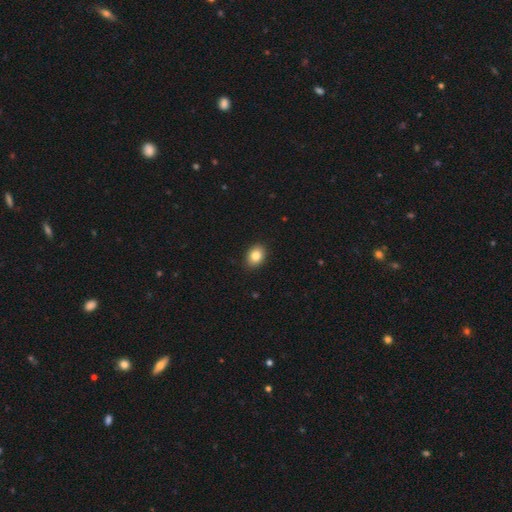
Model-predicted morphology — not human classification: Overall: smooth (84%). How rounded: in between (64%; round 35%). Merging: none (89%).